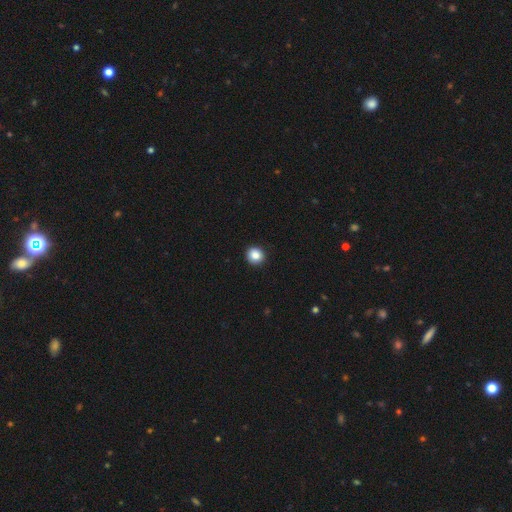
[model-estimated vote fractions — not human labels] Q: Smooth or featured?
A: smooth (86%); runner-up: star or artifact (10%)
Q: How rounded?
A: round (89%); runner-up: in between (10%)
Q: Merging?
A: none (93%); runner-up: minor disturbance (5%)